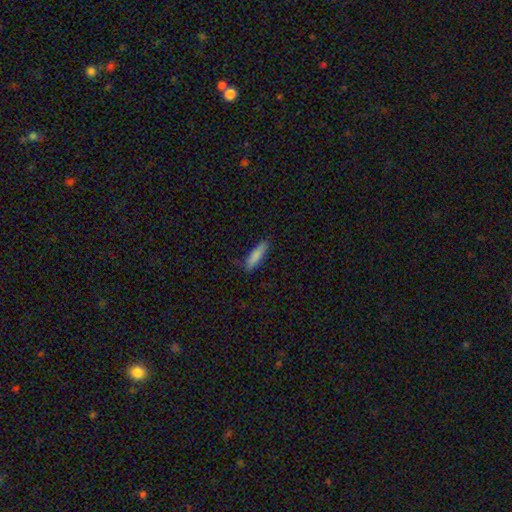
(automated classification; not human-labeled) This is clearly a smooth galaxy (85%). How rounded: likely cigar-shaped (64%). Merging: clearly none (81%).